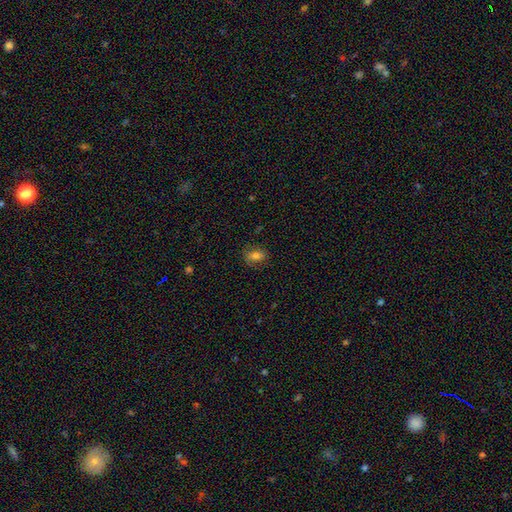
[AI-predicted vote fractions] Smooth or featured?
  - smooth: 77% *
  - featured or disk: 13%
  - star or artifact: 11%
How rounded?
  - in between: 74% *
  - round: 24%
  - cigar-shaped: 2%
Merging?
  - none: 79% *
  - minor disturbance: 16%
  - major disturbance: 5%
  - merger: 1%